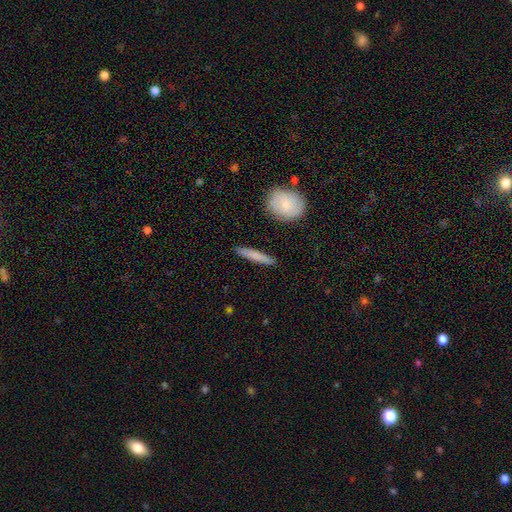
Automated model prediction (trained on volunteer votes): The model was most divided on "smooth or featured": smooth: 73%, featured or disk: 22%, star or artifact: 5%. More confident: how rounded — cigar-shaped (91%); merging — none (90%).